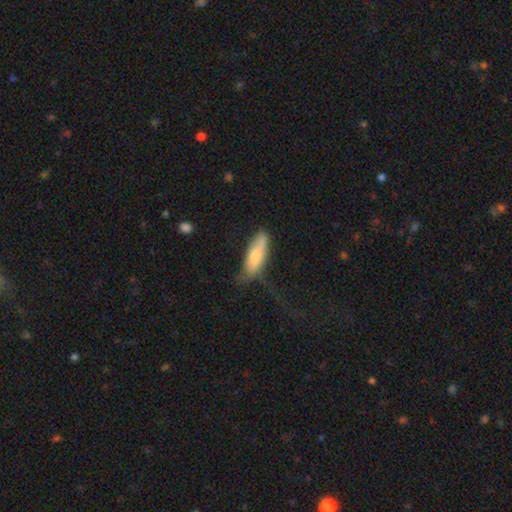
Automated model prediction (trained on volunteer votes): Smooth or featured: smooth — 72% (featured or disk — 22%)
How rounded: cigar-shaped — 49% (tied with in between — 49%)
Merging: none — 47% (minor disturbance — 33%)